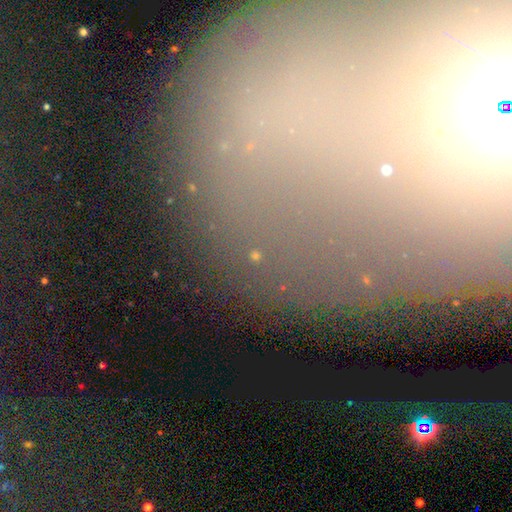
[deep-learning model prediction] smooth-or-featured: star or artifact: 66% | smooth: 20% | featured or disk: 13%